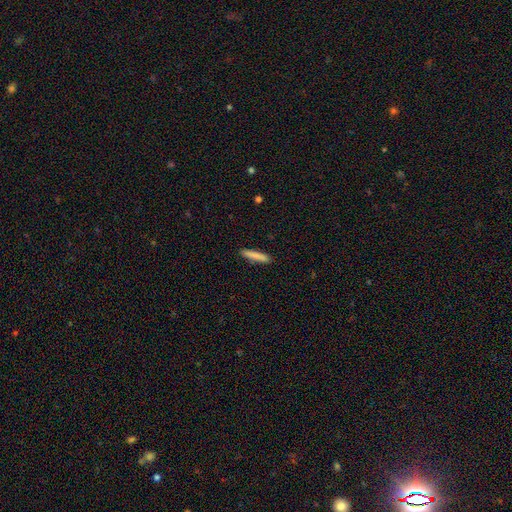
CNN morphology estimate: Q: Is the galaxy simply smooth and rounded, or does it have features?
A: smooth — 83%.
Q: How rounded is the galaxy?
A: cigar-shaped — 92%.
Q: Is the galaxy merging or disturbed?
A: none — 90%.